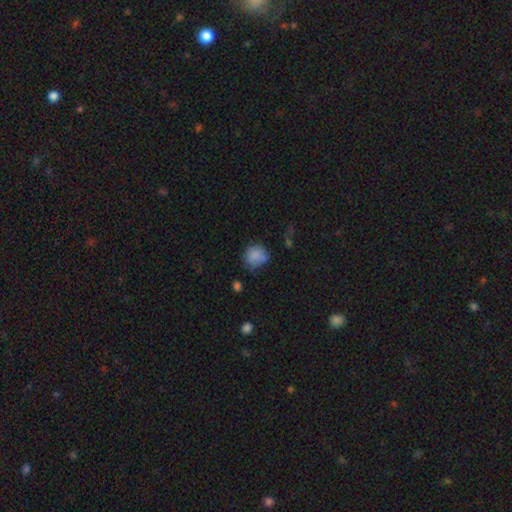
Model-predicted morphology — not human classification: Smooth or featured? smooth (83%)
How rounded? round (79%)
Merging? none (61%)